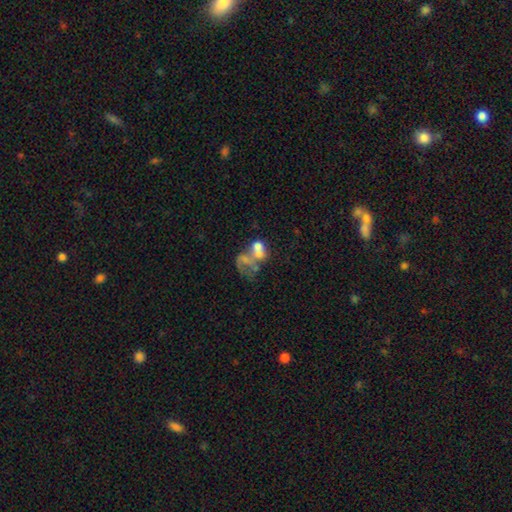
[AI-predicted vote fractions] smooth-or-featured: featured or disk: 51% | smooth: 31% | star or artifact: 18%
  disk-edge-on: no: 98% | yes: 2%
  merging: merger: 48% | major disturbance: 26% | none: 17% | minor disturbance: 8%